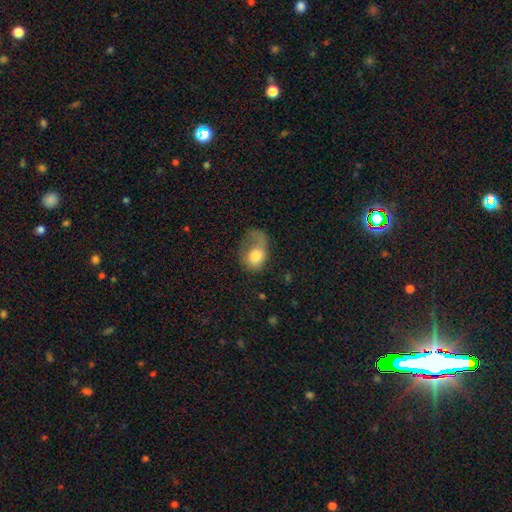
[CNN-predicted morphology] A smooth galaxy with no disk features (66%) that is in between round and cigar-shaped (64%).

Vote fractions:
- Smooth or featured? smooth: 66% / featured or disk: 26% / star or artifact: 8%
- How rounded? in between: 64% / round: 35% / cigar-shaped: 1%
- Merging? major disturbance: 57% / minor disturbance: 19% / none: 18% / merger: 6%